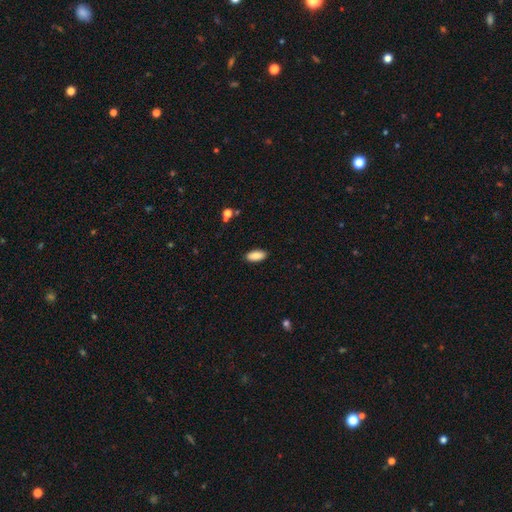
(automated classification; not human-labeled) Smooth or featured: smooth — 88% (star or artifact — 7%)
How rounded: in between — 89% (cigar-shaped — 9%)
Merging: none — 89% (minor disturbance — 8%)